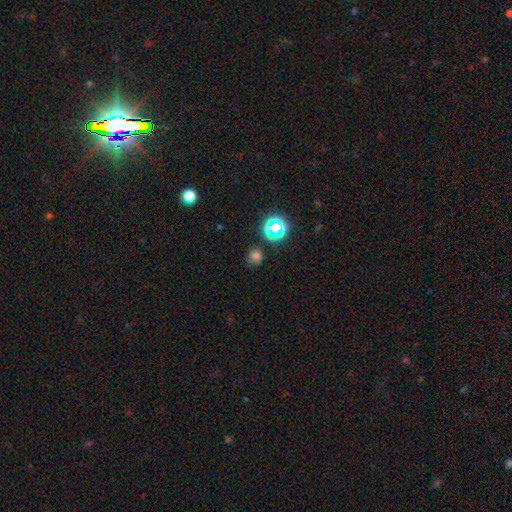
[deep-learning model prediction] Smooth or featured?
  - smooth: 68% *
  - star or artifact: 27%
  - featured or disk: 5%
How rounded?
  - round: 85% *
  - in between: 14%
  - cigar-shaped: 1%
Merging?
  - none: 81% *
  - minor disturbance: 12%
  - major disturbance: 4%
  - merger: 3%